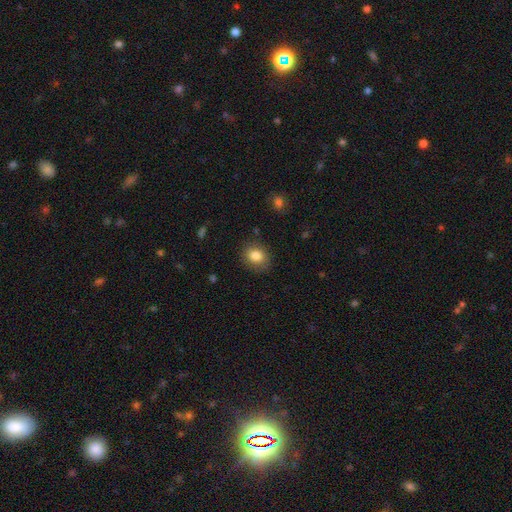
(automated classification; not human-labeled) A smooth galaxy with no disk features (84%) that is round (54%).

Vote fractions:
- Smooth or featured? smooth: 84% / star or artifact: 9% / featured or disk: 7%
- How rounded? round: 54% / in between: 45% / cigar-shaped: 1%
- Merging? none: 83% / minor disturbance: 13% / major disturbance: 3% / merger: 1%